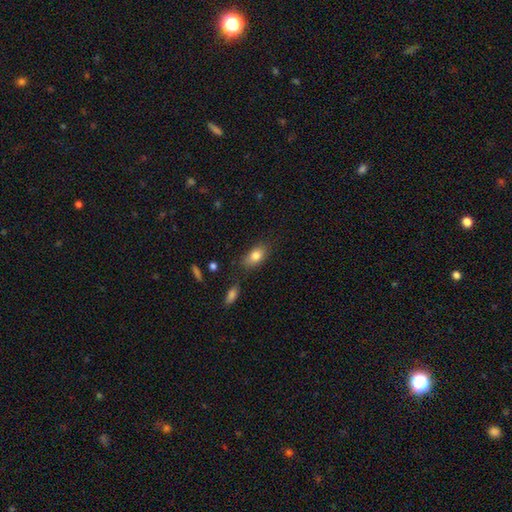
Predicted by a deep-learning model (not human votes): smooth_or_featured: smooth (p=0.82) [alt: featured or disk p=0.10]
how_rounded: in between (p=0.86) [alt: round p=0.09]
merging: none (p=0.76) [alt: minor disturbance p=0.16]